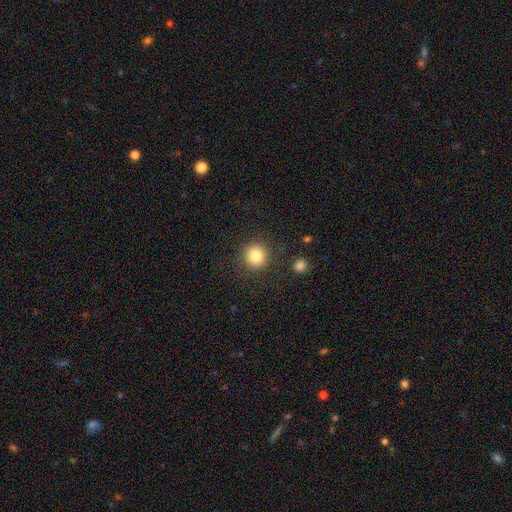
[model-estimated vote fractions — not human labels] Q: Smooth or featured?
A: smooth (82%); runner-up: star or artifact (11%)
Q: How rounded?
A: round (92%); runner-up: in between (7%)
Q: Merging?
A: none (87%); runner-up: minor disturbance (8%)